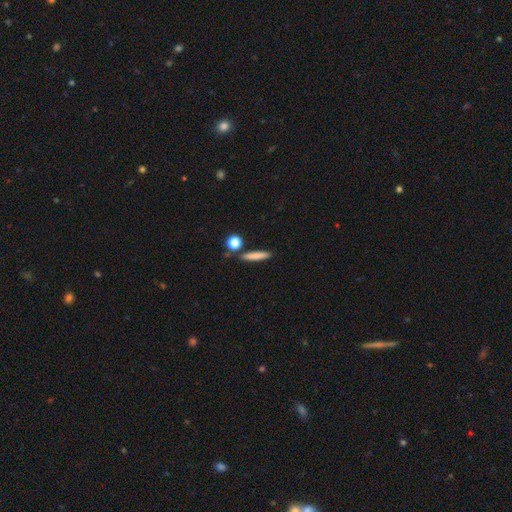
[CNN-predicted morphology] smooth_or_featured: smooth (p=0.79) [alt: featured or disk p=0.13]
how_rounded: cigar-shaped (p=0.84) [alt: in between p=0.10]
merging: none (p=0.83) [alt: minor disturbance p=0.08]